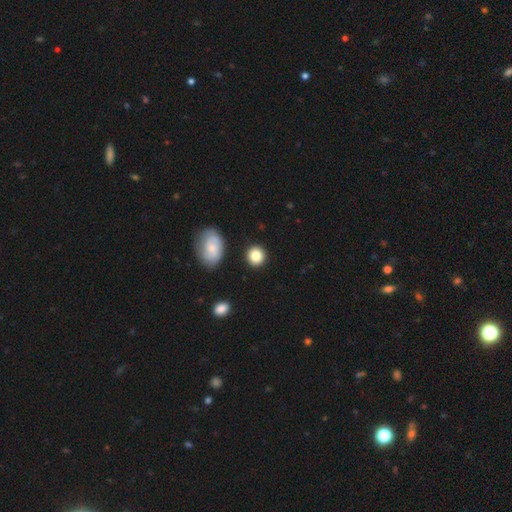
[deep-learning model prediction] Smooth or featured?
  - smooth: 84% *
  - star or artifact: 9%
  - featured or disk: 7%
How rounded?
  - round: 86% *
  - in between: 13%
  - cigar-shaped: 1%
Merging?
  - none: 88% *
  - minor disturbance: 7%
  - merger: 3%
  - major disturbance: 2%